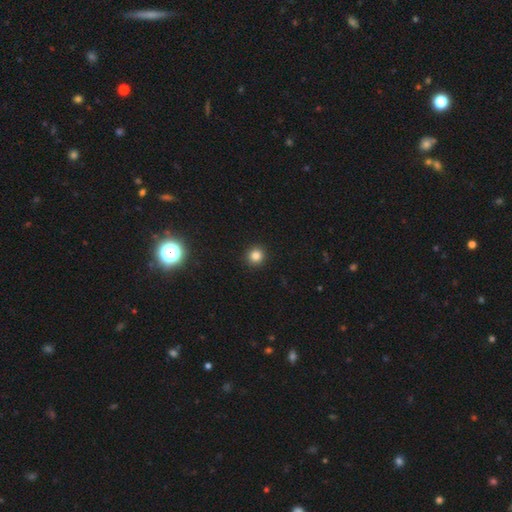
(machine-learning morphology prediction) A smooth galaxy with no disk features (83%) that is round (93%).

Vote fractions:
- Smooth or featured? smooth: 83% / star or artifact: 13% / featured or disk: 4%
- How rounded? round: 93% / in between: 7% / cigar-shaped: 1%
- Merging? none: 93% / minor disturbance: 5% / major disturbance: 2% / merger: 1%